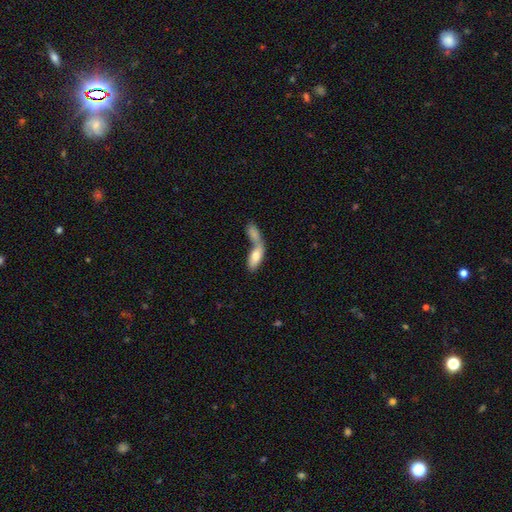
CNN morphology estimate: The model was most divided on "merging": merger: 70%, none: 18%, minor disturbance: 7%, major disturbance: 5%. More confident: how rounded — in between (79%); smooth or featured — smooth (75%).